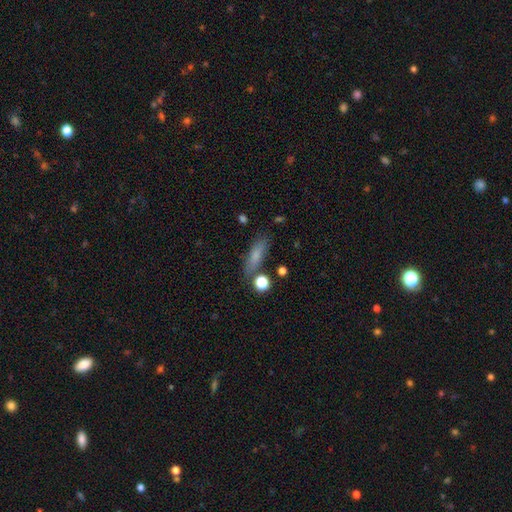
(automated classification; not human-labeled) Q: Smooth or featured?
A: smooth (74%); runner-up: featured or disk (16%)
Q: How rounded?
A: cigar-shaped (53%); runner-up: in between (42%)
Q: Merging?
A: none (75%); runner-up: minor disturbance (14%)